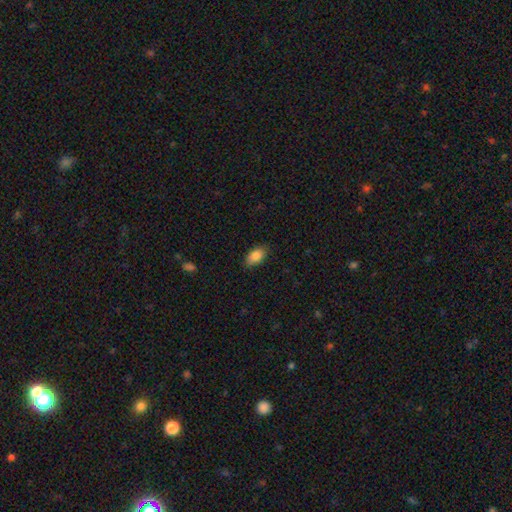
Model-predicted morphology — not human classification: Smooth or featured?
  - smooth: 87% *
  - star or artifact: 7%
  - featured or disk: 6%
How rounded?
  - in between: 92% *
  - round: 5%
  - cigar-shaped: 3%
Merging?
  - none: 84% *
  - minor disturbance: 13%
  - major disturbance: 2%
  - merger: 1%